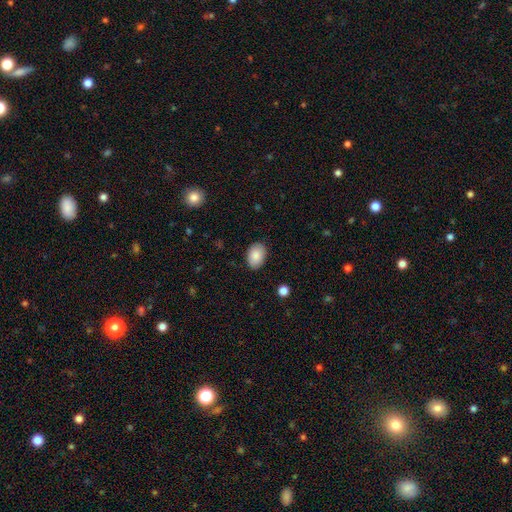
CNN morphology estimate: A smooth galaxy with no disk features (87%) that is in between round and cigar-shaped (86%). Merging: none (86%).